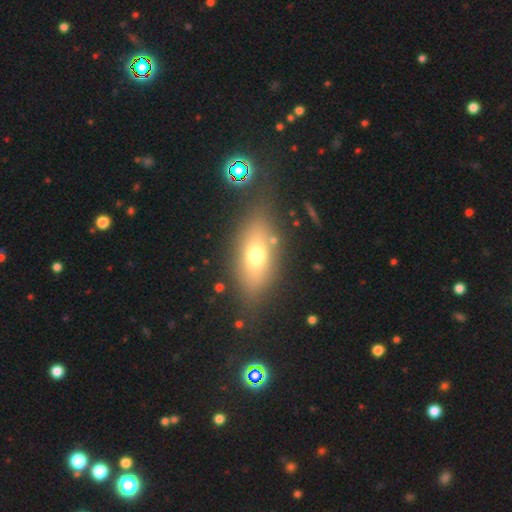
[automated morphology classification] type=smooth (64%); roundness=in between (76%); merging=none (76%).